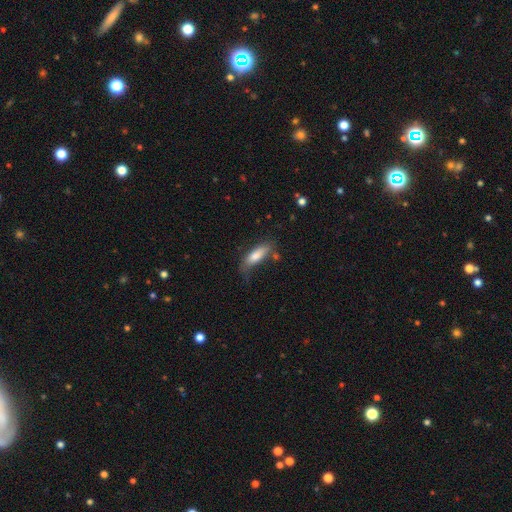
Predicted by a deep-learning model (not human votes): smooth 77%, featured or disk 17%, star or artifact 7%. Down the decision tree: how rounded — in between (56%); merging — none (53%).